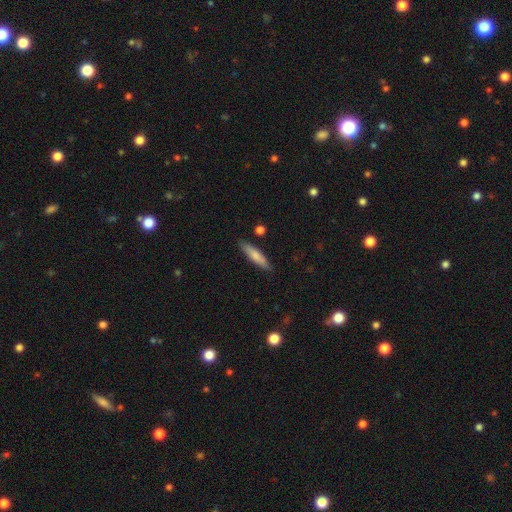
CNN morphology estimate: Smooth or featured: smooth — 72% (featured or disk — 22%)
How rounded: cigar-shaped — 81% (in between — 18%)
Merging: none — 86% (minor disturbance — 10%)